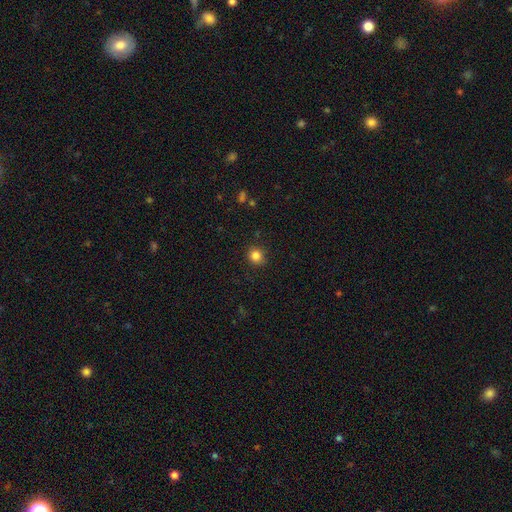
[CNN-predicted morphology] Smooth or featured? Predicted: smooth (p=0.84). How rounded? Predicted: round (p=0.88). Merging? Predicted: none (p=0.88).